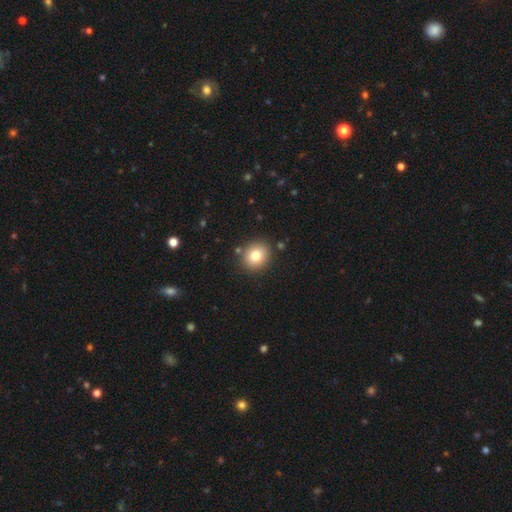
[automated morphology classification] This appears to be a smooth galaxy with no disk features (80%) that is round (78%). Merging: none (86%).